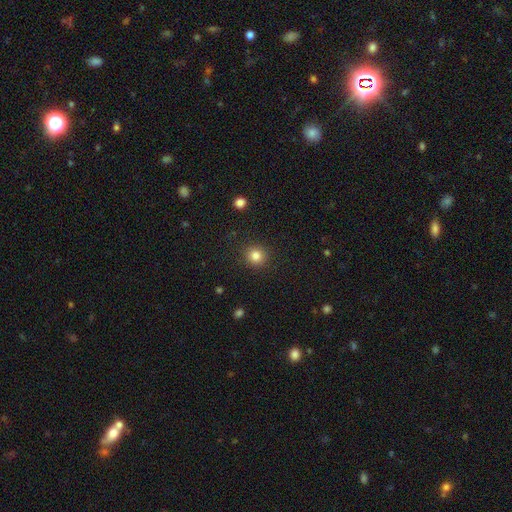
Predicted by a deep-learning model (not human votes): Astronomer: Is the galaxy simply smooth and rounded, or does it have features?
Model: smooth — 83%.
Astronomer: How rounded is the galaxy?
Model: round — 91%.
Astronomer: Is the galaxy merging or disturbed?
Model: none — 90%.